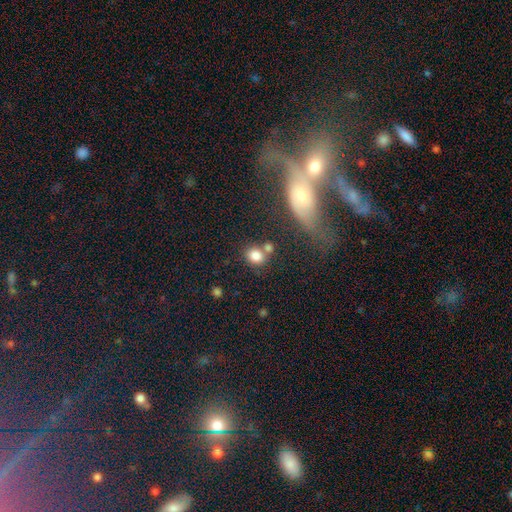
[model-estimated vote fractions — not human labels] Q: Smooth or featured?
A: smooth (82%); runner-up: star or artifact (11%)
Q: How rounded?
A: round (60%); runner-up: in between (38%)
Q: Merging?
A: none (58%); runner-up: merger (26%)